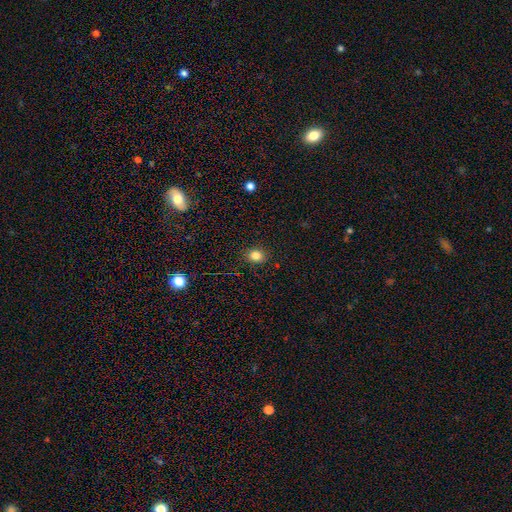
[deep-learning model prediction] smooth_or_featured: smooth (p=0.83) [alt: star or artifact p=0.12]
how_rounded: round (p=0.68) [alt: in between p=0.31]
merging: none (p=0.89) [alt: minor disturbance p=0.08]